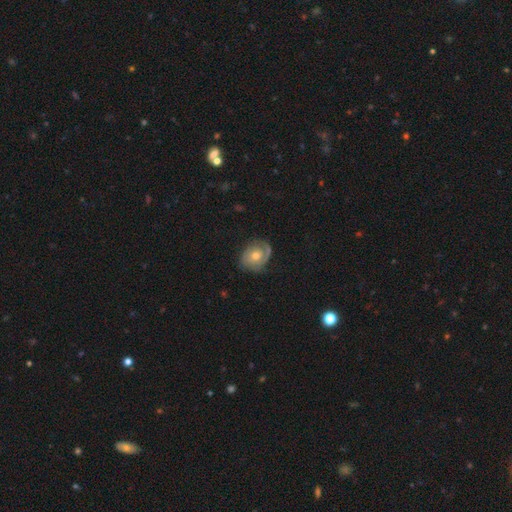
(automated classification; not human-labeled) Smooth or featured: featured or disk — 68% (smooth — 24%)
Edge-on disk: no — 97% (yes — 3%)
Bar: no — 78% (weak — 19%)
Spiral arms: yes — 87% (no — 13%)
Spiral winding: tight — 60% (medium — 30%)
Spiral arm count: 2 — 42% (1 — 28%)
Bulge size: moderate — 68% (small — 25%)
Merging: none — 71% (minor disturbance — 20%)